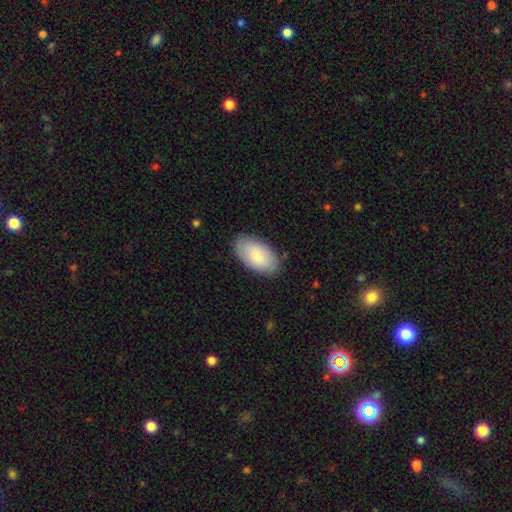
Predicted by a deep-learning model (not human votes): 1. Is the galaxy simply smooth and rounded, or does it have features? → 83% smooth, 11% featured or disk, 5% star or artifact.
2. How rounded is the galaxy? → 96% in between, 3% round, 2% cigar-shaped.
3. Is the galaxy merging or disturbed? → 83% none, 13% minor disturbance, 3% major disturbance, 1% merger.